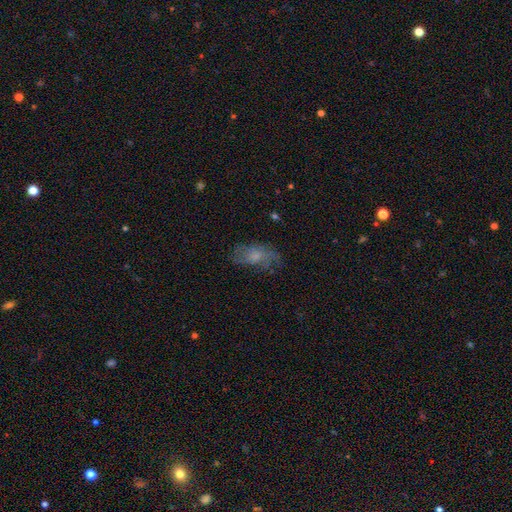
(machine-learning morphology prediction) type=smooth (50%); roundness=in between (87%); merging=none (59%).